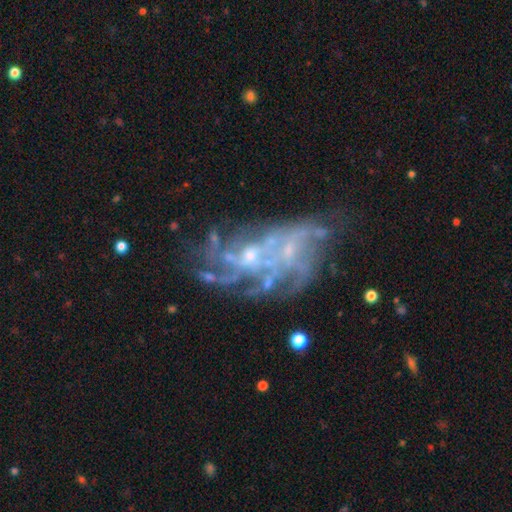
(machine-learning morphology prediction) Smooth or featured?
  - featured or disk: 81% *
  - star or artifact: 12%
  - smooth: 8%
Edge-on disk?
  - no: 97% *
  - yes: 3%
Bar?
  - no: 69% *
  - weak: 25%
  - strong: 6%
Spiral arms?
  - yes: 82% *
  - no: 18%
Spiral winding?
  - tight: 40% *
  - medium: 39%
  - loose: 21%
Spiral arm count?
  - can't tell: 34% *
  - 4: 21%
  - more than 4: 19%
  - 3: 12%
  - 2: 8%
  - 1: 7%
Bulge size?
  - small: 61% *
  - moderate: 19%
  - none: 17%
  - large: 2%
  - dominant: 1%
Merging?
  - none: 47% *
  - major disturbance: 24%
  - minor disturbance: 18%
  - merger: 12%